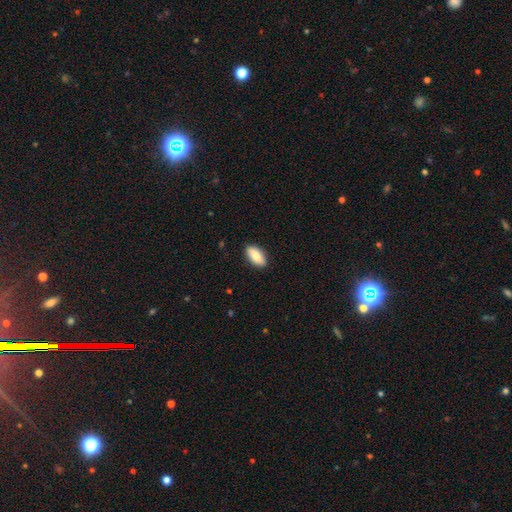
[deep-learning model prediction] A smooth galaxy with no disk features (82%) that is in between round and cigar-shaped (87%). Merging: none (88%).